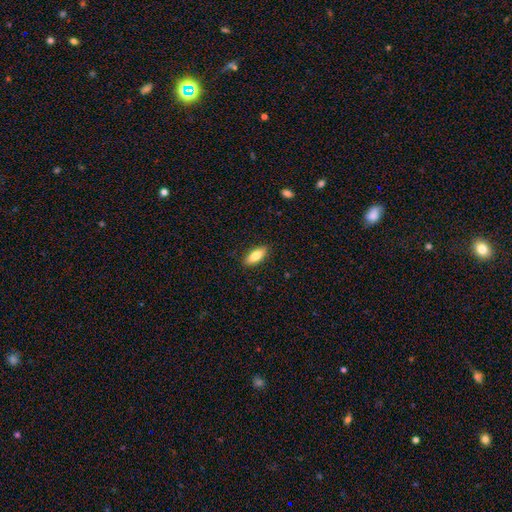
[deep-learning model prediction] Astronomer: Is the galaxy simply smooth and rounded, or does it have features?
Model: smooth — 82%.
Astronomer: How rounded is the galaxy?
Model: in between — 71%.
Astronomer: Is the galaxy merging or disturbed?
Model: none — 88%.